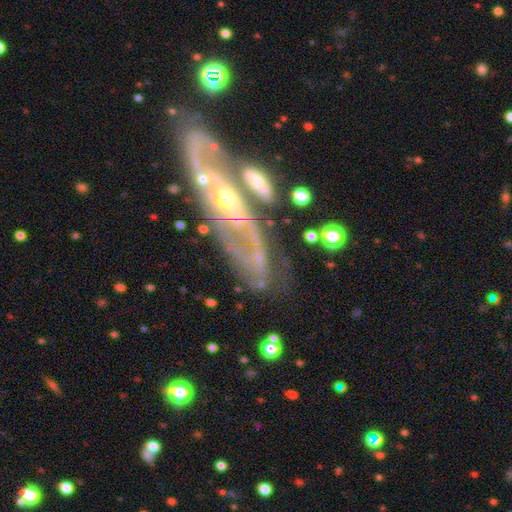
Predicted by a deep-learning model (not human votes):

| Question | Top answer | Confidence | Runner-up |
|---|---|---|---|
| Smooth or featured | featured or disk | 78% | smooth (14%) |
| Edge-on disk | no | 83% | yes (17%) |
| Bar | no | 66% | weak (24%) |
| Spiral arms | yes | 79% | no (21%) |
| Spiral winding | tight | 41% | medium (38%) |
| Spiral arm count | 2 | 48% | can't tell (32%) |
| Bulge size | small | 45% | moderate (44%) |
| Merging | none | 44% | merger (24%) |